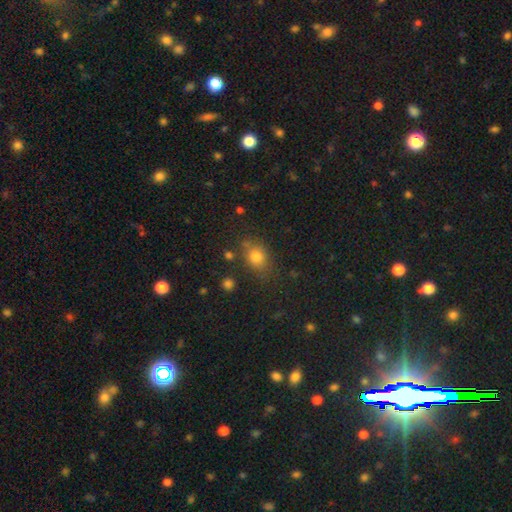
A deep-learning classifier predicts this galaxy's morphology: smooth-or-featured: smooth: 78% | star or artifact: 13% | featured or disk: 8%
  how-rounded: in between: 53% | round: 46% | cigar-shaped: 2%
  merging: none: 72% | minor disturbance: 17% | major disturbance: 6% | merger: 5%